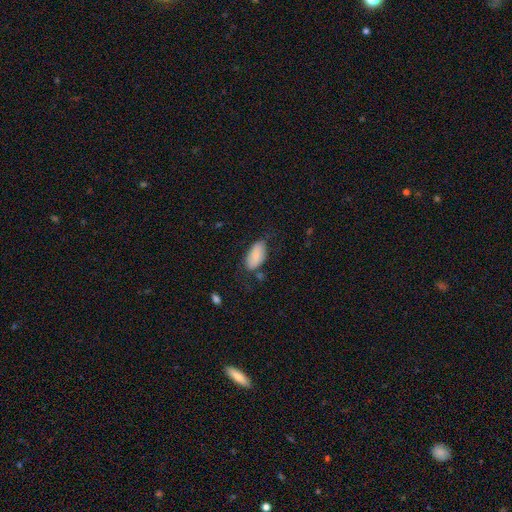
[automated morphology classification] Smooth or featured?
  - smooth: 83% *
  - featured or disk: 10%
  - star or artifact: 7%
How rounded?
  - in between: 94% *
  - cigar-shaped: 3%
  - round: 3%
Merging?
  - none: 63% *
  - minor disturbance: 25%
  - major disturbance: 8%
  - merger: 4%